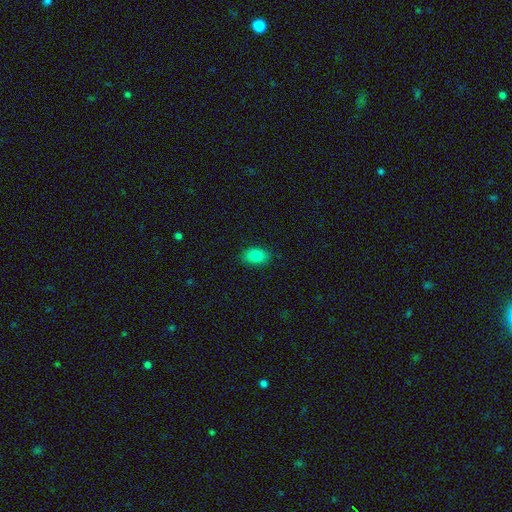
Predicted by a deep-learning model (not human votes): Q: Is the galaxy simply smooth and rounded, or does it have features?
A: smooth — 85%.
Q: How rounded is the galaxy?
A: in between — 86%.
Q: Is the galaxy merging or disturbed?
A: none — 85%.